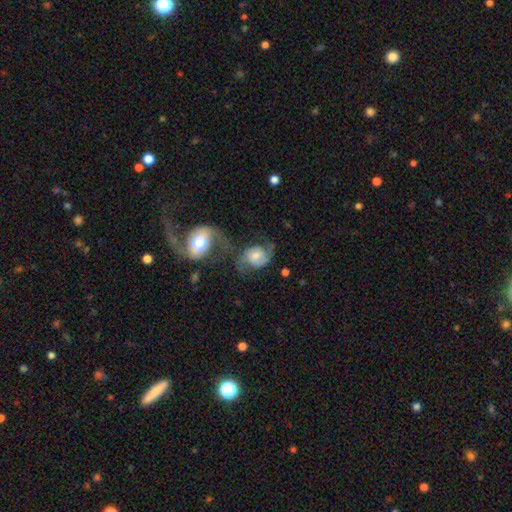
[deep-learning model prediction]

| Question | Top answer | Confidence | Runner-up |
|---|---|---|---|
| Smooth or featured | featured or disk | 65% | smooth (27%) |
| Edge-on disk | no | 97% | yes (3%) |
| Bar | no | 58% | weak (35%) |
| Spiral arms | yes | 89% | no (11%) |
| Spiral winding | medium | 44% | loose (36%) |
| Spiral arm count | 2 | 82% | can't tell (7%) |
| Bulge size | moderate | 53% | small (29%) |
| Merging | none | 38% | merger (23%) |